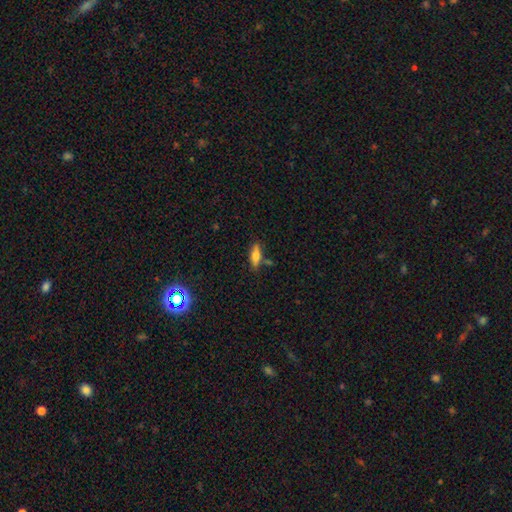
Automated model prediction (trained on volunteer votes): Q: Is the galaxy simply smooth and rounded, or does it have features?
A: smooth — 66%.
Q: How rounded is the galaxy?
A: in between — 54%.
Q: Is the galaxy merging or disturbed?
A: none — 75%.